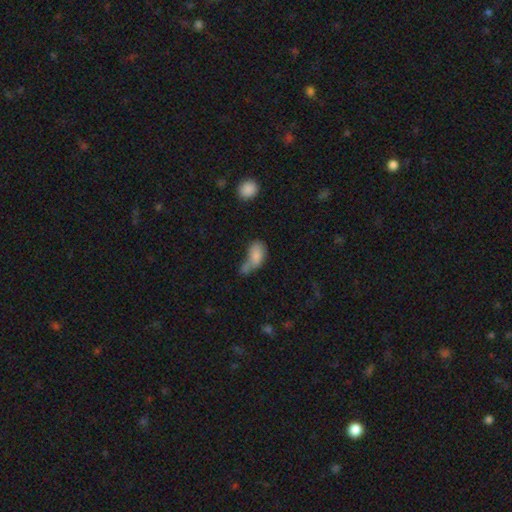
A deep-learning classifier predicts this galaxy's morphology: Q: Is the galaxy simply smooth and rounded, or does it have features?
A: smooth — 78%.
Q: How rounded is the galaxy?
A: in between — 88%.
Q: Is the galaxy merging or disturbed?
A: merger — 45%.